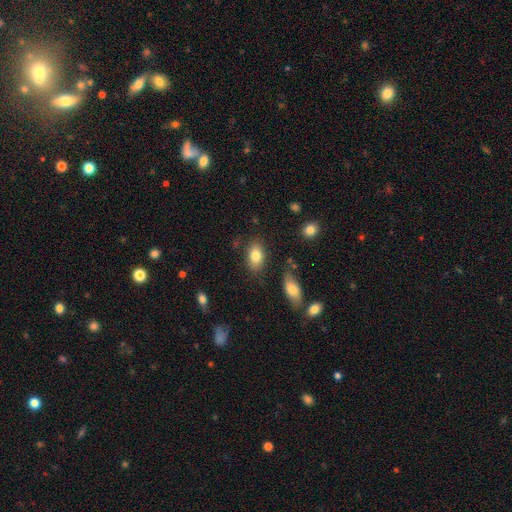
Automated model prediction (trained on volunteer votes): Overall: smooth (81%). How rounded: in between (90%). Merging: none (80%).